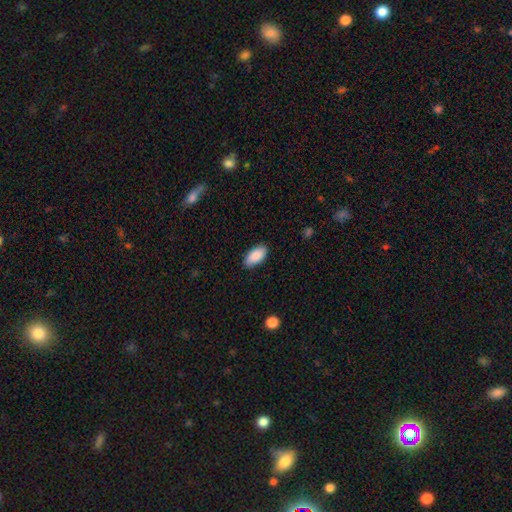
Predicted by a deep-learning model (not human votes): This appears to be a smooth galaxy with no disk features (89%) that is in between round and cigar-shaped (93%). Merging: none (86%).